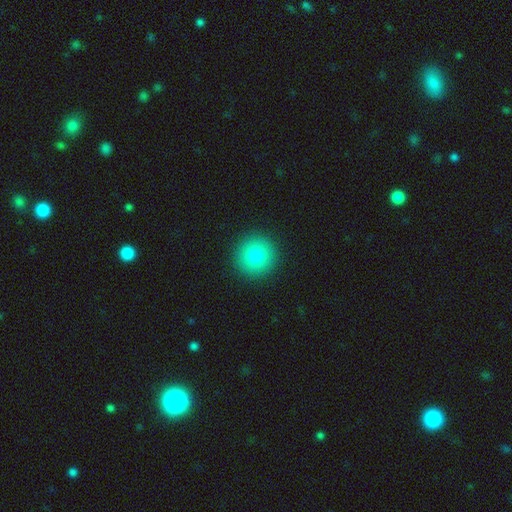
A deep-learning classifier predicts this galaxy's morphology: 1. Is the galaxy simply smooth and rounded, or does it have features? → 82% smooth, 10% star or artifact, 8% featured or disk.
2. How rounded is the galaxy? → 95% round, 4% in between, 1% cigar-shaped.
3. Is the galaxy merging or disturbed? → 92% none, 5% minor disturbance, 2% major disturbance, 1% merger.